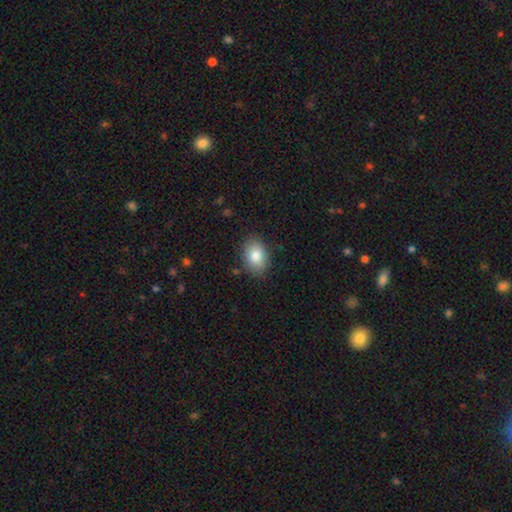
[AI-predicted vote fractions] Q: Smooth or featured?
A: smooth (82%); runner-up: featured or disk (10%)
Q: How rounded?
A: in between (76%); runner-up: round (23%)
Q: Merging?
A: none (85%); runner-up: minor disturbance (11%)